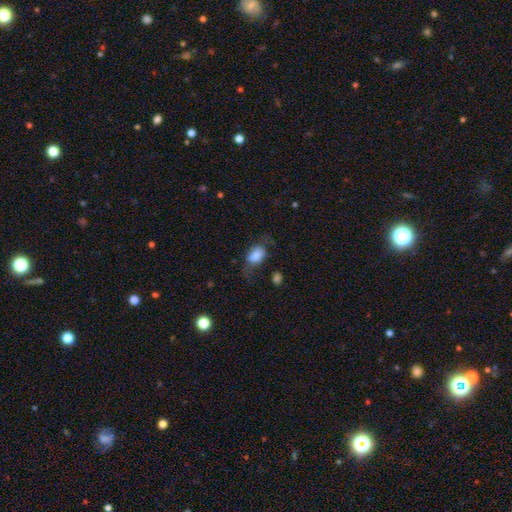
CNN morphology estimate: Q: Smooth or featured?
A: smooth (75%); runner-up: featured or disk (15%)
Q: How rounded?
A: in between (86%); runner-up: round (11%)
Q: Merging?
A: none (39%); runner-up: minor disturbance (30%)